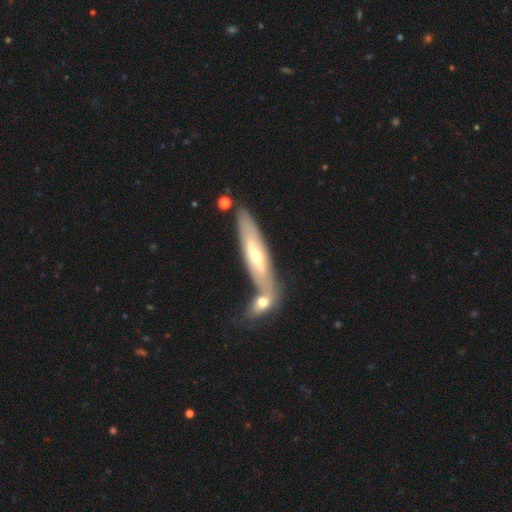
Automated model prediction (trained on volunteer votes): A featured or disk galaxy (59%). Merging: none (54%).